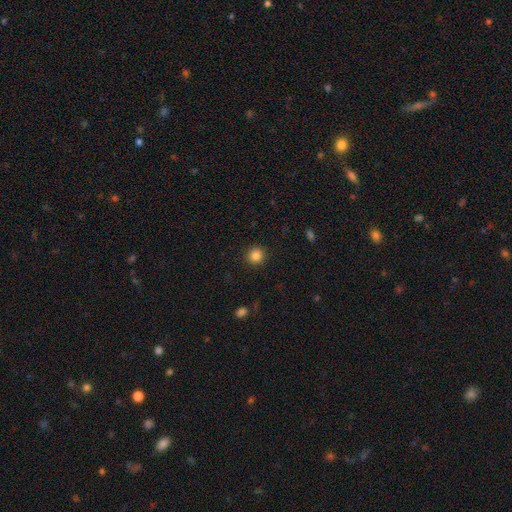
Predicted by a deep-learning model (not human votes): smooth_or_featured: smooth (p=0.84) [alt: star or artifact p=0.12]
how_rounded: round (p=0.94) [alt: in between p=0.05]
merging: none (p=0.92) [alt: minor disturbance p=0.05]